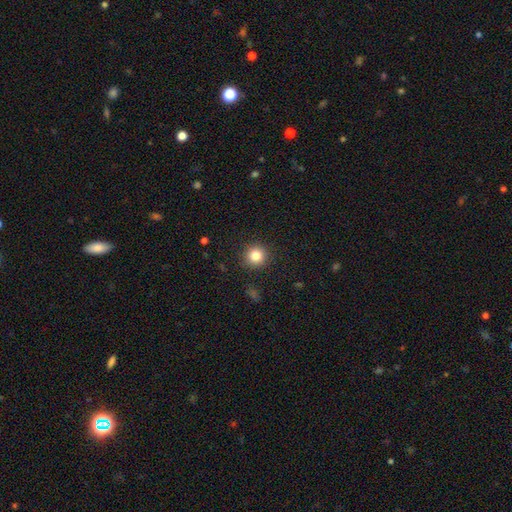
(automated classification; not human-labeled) Smooth or featured?
  - smooth: 83% *
  - star or artifact: 11%
  - featured or disk: 6%
How rounded?
  - round: 93% *
  - in between: 6%
  - cigar-shaped: 1%
Merging?
  - none: 90% *
  - minor disturbance: 6%
  - major disturbance: 2%
  - merger: 1%